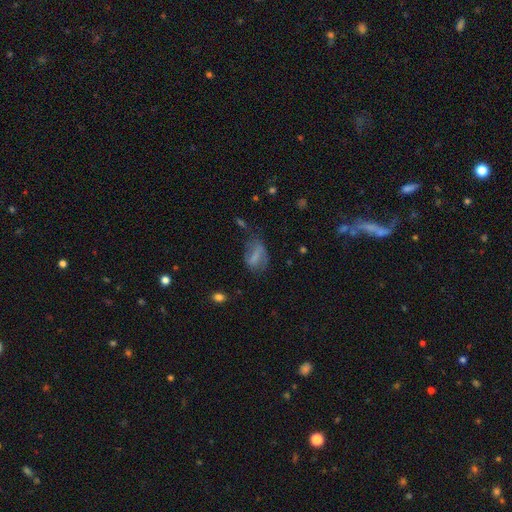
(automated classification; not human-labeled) smooth_or_featured: smooth (p=0.60) [alt: featured or disk p=0.29]
how_rounded: in between (p=0.81) [alt: round p=0.11]
merging: none (p=0.42) [alt: minor disturbance p=0.29]